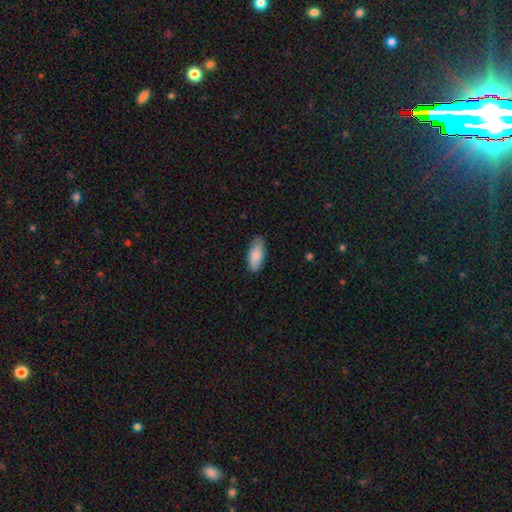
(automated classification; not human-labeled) Smooth or featured: smooth — 86% (featured or disk — 9%)
How rounded: in between — 85% (cigar-shaped — 13%)
Merging: none — 81% (minor disturbance — 16%)